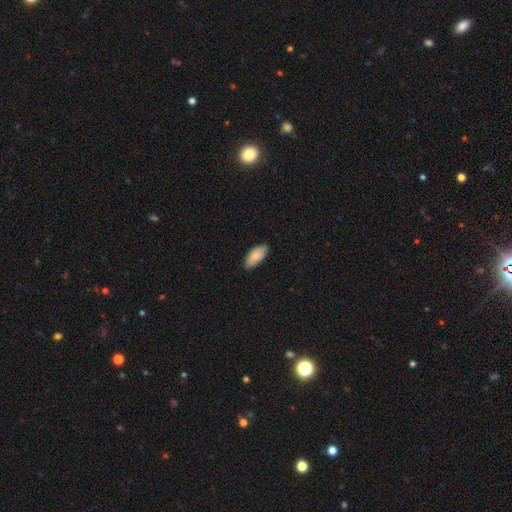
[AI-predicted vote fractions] Smooth or featured: smooth — 86% (featured or disk — 8%)
How rounded: in between — 89% (cigar-shaped — 9%)
Merging: none — 86% (minor disturbance — 11%)